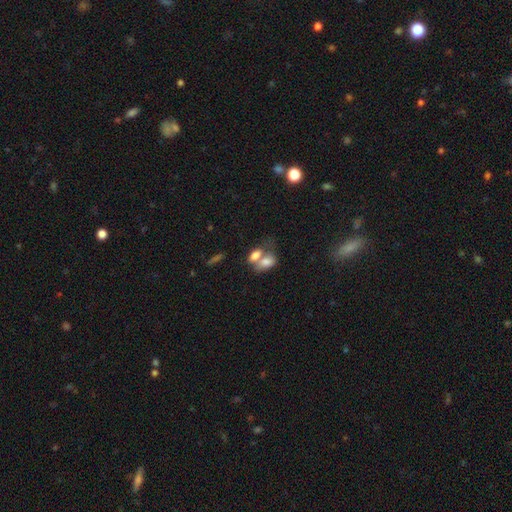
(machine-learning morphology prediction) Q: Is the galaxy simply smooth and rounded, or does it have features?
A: smooth — 74%.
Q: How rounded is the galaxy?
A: in between — 85%.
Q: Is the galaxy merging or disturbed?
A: merger — 65%.